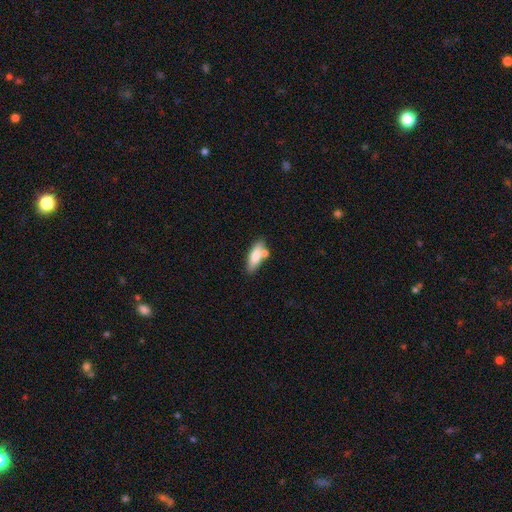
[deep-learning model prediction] smooth 76%, featured or disk 17%, star or artifact 6%. Down the decision tree: how rounded — in between (62%); merging — none (63%).